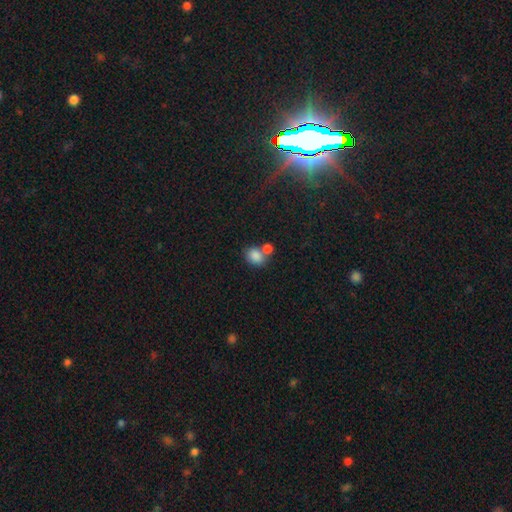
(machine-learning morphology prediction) Q: Smooth or featured?
A: smooth (84%); runner-up: star or artifact (9%)
Q: How rounded?
A: in between (55%); runner-up: round (44%)
Q: Merging?
A: none (45%); runner-up: merger (40%)